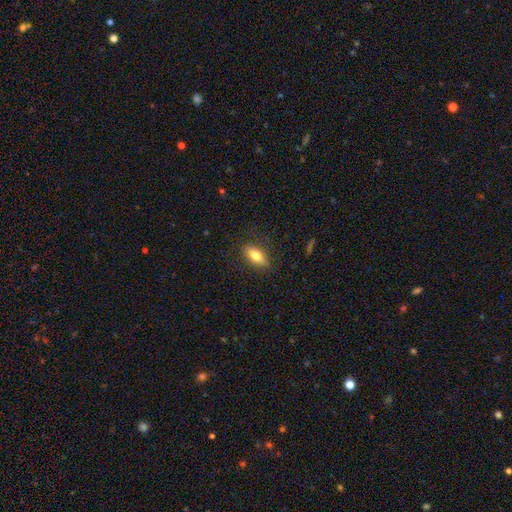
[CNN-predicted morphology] Smooth or featured? Predicted: smooth (p=0.78). How rounded? Predicted: in between (p=0.85). Merging? Predicted: none (p=0.84).